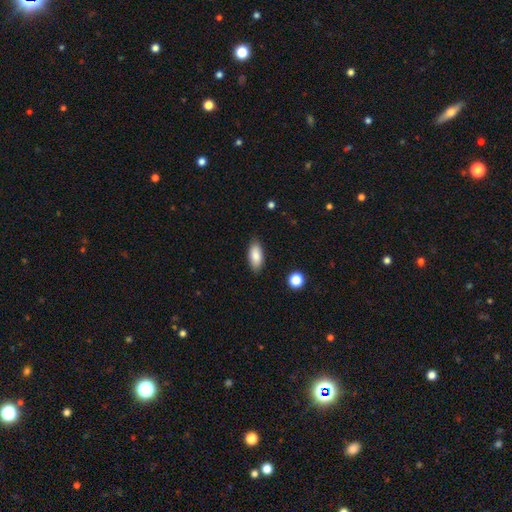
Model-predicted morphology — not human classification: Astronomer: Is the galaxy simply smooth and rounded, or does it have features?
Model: smooth — 85%.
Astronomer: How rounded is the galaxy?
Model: in between — 86%.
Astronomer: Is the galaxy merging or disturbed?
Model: none — 86%.